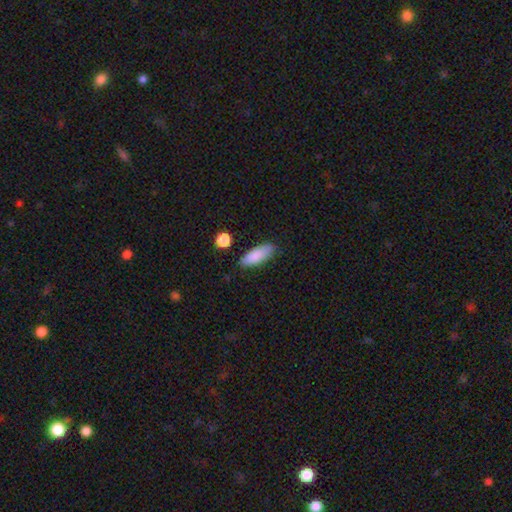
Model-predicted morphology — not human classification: smooth 87%, featured or disk 7%, star or artifact 6%. Down the decision tree: how rounded — in between (67%); merging — none (79%).